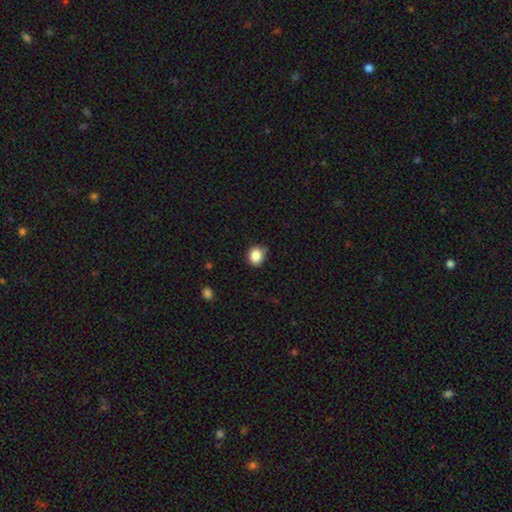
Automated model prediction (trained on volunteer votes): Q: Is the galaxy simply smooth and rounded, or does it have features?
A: smooth — 86%.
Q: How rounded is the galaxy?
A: round — 70%.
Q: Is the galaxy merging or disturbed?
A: none — 71%.